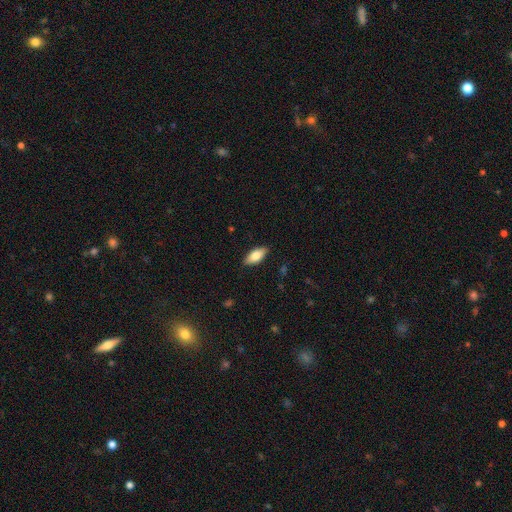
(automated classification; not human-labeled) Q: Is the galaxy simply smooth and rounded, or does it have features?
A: smooth — 76%.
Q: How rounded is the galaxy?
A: in between — 84%.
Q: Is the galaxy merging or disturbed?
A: none — 87%.